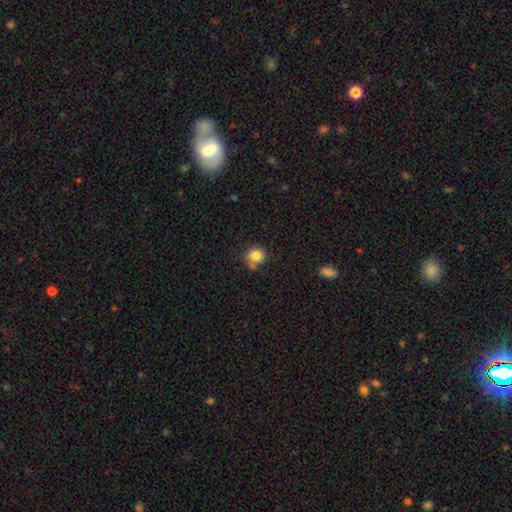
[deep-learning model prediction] Smooth or featured?
  - smooth: 82% *
  - star or artifact: 10%
  - featured or disk: 7%
How rounded?
  - round: 85% *
  - in between: 14%
  - cigar-shaped: 1%
Merging?
  - none: 64% *
  - minor disturbance: 17%
  - merger: 13%
  - major disturbance: 5%